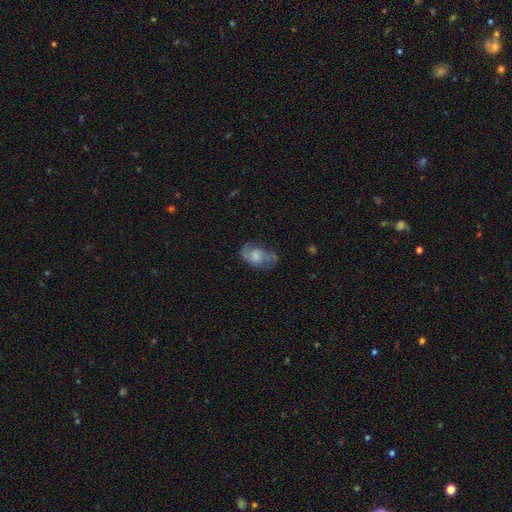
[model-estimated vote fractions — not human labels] This is possibly a featured or disk galaxy (53%). It is clearly not viewed edge-on (96%). Bar: likely no (61%). Spiral arm pattern: likely yes (78%). Central bulge: marginally moderate (40%). Merging: possibly none (53%).